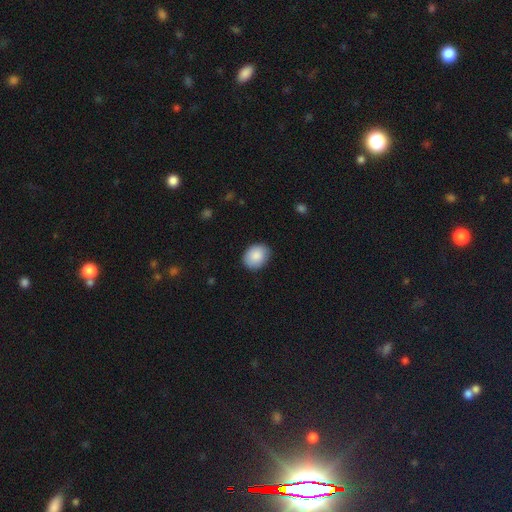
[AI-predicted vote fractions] This appears to be a smooth galaxy with no disk features (88%) that is in between round and cigar-shaped (58%). Merging: none (85%).